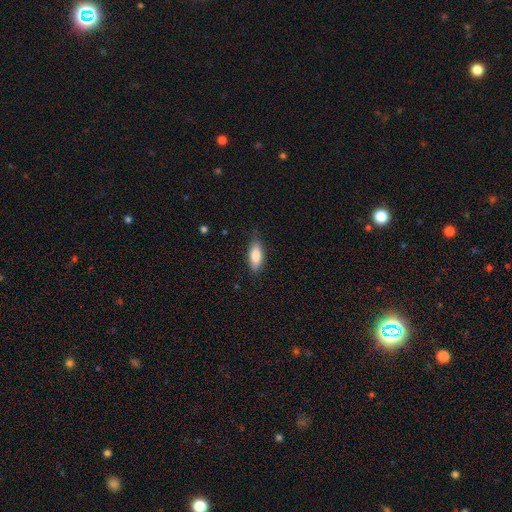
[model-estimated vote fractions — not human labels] The model was most divided on "how rounded": in between: 77%, cigar-shaped: 21%, round: 2%. More confident: smooth or featured — smooth (82%); merging — none (77%).